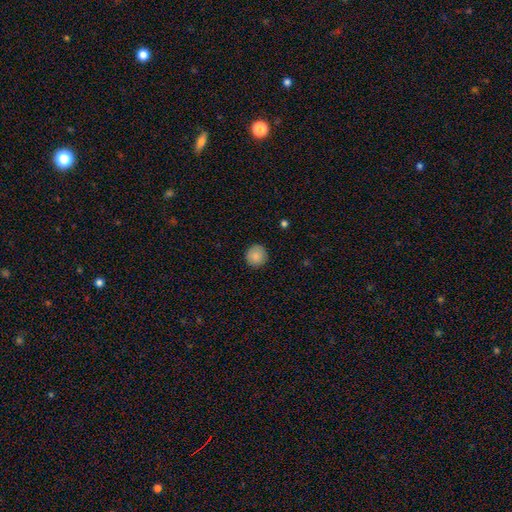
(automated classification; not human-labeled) Smooth or featured? smooth (88%)
How rounded? round (94%)
Merging? none (91%)